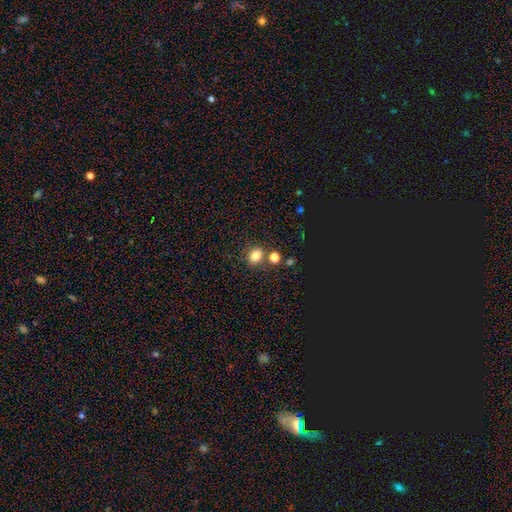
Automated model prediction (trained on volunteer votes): smooth_or_featured: smooth (p=0.80) [alt: star or artifact p=0.14]
how_rounded: round (p=0.50) [alt: in between p=0.49]
merging: none (p=0.70) [alt: merger p=0.15]